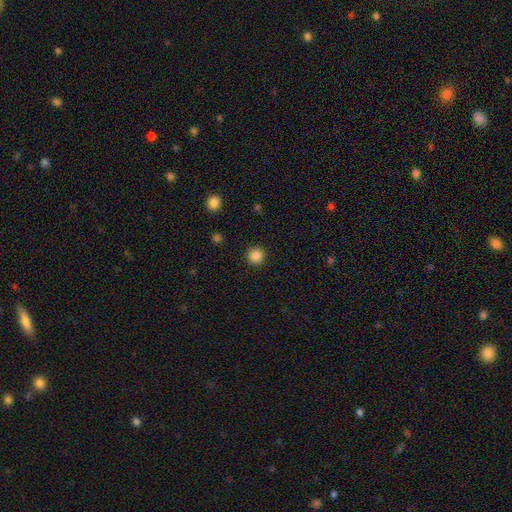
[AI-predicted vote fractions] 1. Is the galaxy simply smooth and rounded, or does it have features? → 86% smooth, 11% star or artifact, 3% featured or disk.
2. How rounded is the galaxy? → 95% round, 4% in between, 1% cigar-shaped.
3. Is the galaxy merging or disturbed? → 91% none, 5% minor disturbance, 2% major disturbance, 1% merger.